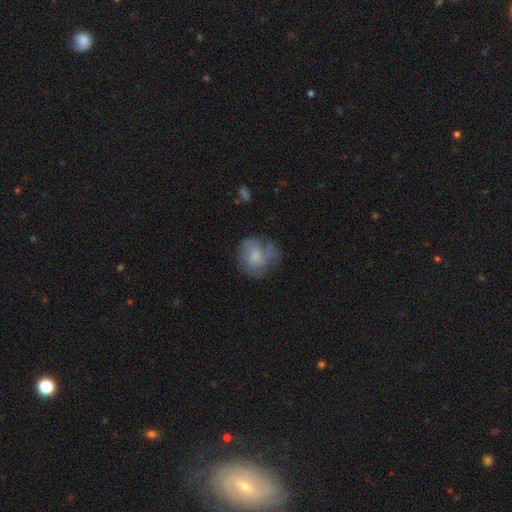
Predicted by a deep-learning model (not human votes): This is possibly a smooth galaxy (49%). Merging: possibly none (52%).